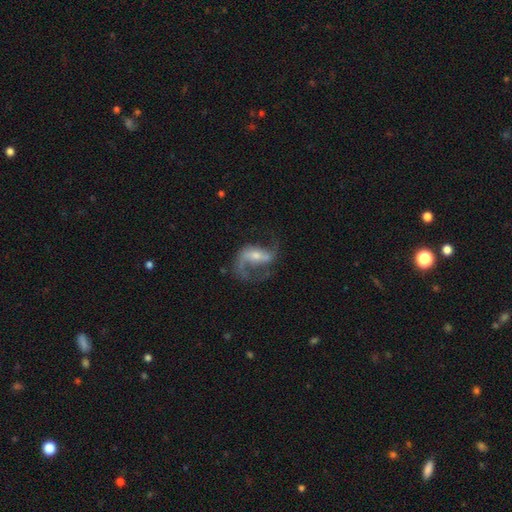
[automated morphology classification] The model was most divided on "bulge size": small: 46%, moderate: 43%, large: 5%, none: 5%, dominant: 1%. Remaining: edge-on disk — no (97%); spiral arms — yes (94%); smooth or featured — featured or disk (86%); spiral arm count — 2 (79%); merging — none (58%); spiral winding — loose (56%); bar — weak (40%).